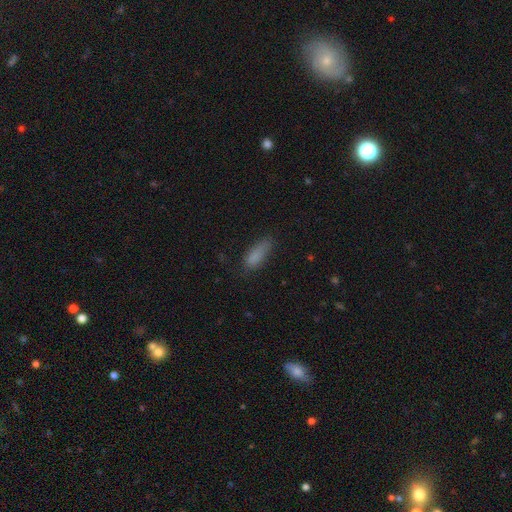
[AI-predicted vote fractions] smooth-or-featured: smooth: 82% | star or artifact: 10% | featured or disk: 8%
  how-rounded: in between: 65% | cigar-shaped: 33% | round: 2%
  merging: none: 55% | minor disturbance: 31% | major disturbance: 11% | merger: 2%